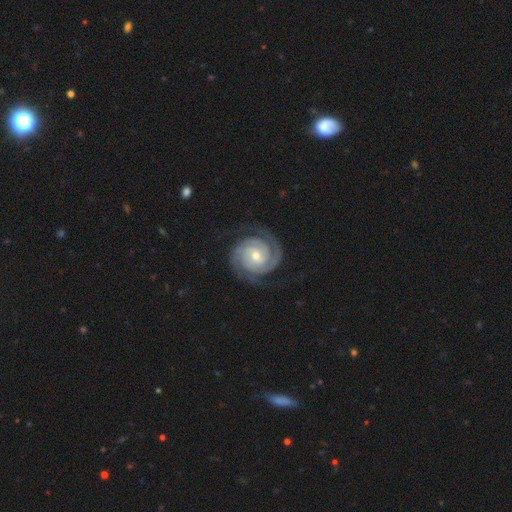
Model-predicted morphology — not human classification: This appears to be a featured or disk galaxy (92%) with no bar (54%), 2 (70%) tight (78%) spiral arms (99%) and a moderate central bulge (51%). Merging: none (81%).